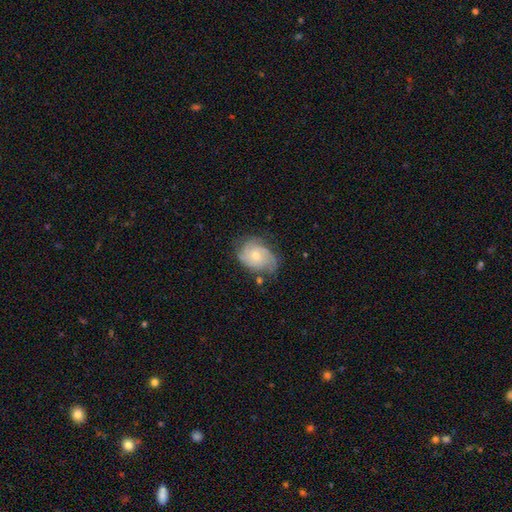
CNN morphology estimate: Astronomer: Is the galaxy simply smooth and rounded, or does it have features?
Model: featured or disk — 72%.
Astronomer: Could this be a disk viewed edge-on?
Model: no — 97%.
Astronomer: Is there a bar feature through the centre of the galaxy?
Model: no — 77%.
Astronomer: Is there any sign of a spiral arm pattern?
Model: yes — 92%.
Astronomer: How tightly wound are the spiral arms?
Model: tight — 54% (runner-up: medium, 35%).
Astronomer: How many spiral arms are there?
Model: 3 — 31% (runner-up: can't tell, 28%).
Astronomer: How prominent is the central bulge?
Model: small — 50% (runner-up: moderate, 46%).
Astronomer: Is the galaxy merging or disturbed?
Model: none — 65%.